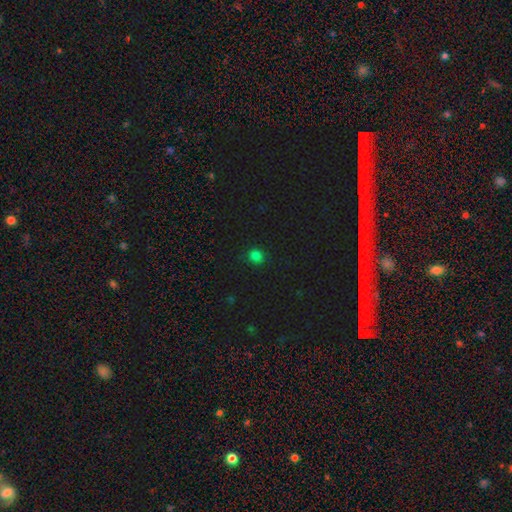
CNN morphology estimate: Overall: smooth (78%). How rounded: round (82%). Merging: none (87%).